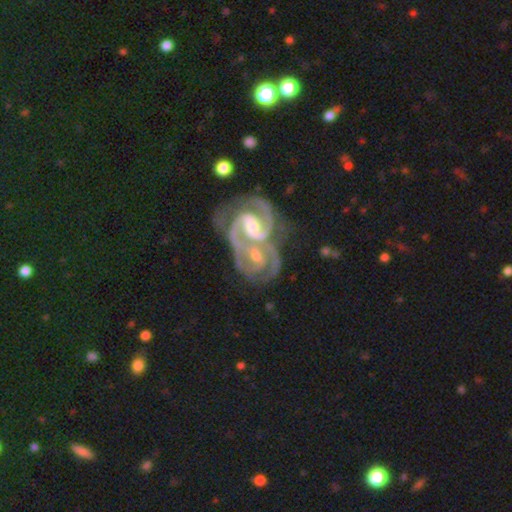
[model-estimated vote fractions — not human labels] The model was most divided on "bulge size": moderate: 51%, small: 42%, large: 3%, none: 3%, dominant: 1%. Remaining: edge-on disk — no (97%); spiral arms — yes (97%); smooth or featured — featured or disk (90%); spiral arm count — 2 (82%); merging — merger (70%); spiral winding — medium (54%); bar — weak (44%).